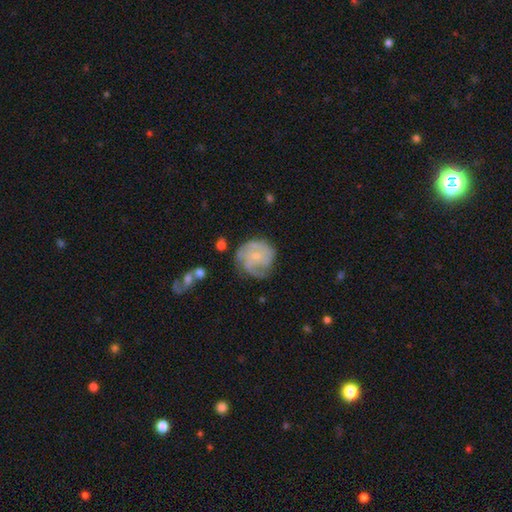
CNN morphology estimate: A featured or disk galaxy (69%) with no bar (72%), tight (50%) spiral arms (88%) and a small central bulge (72%). Merging: none (62%).